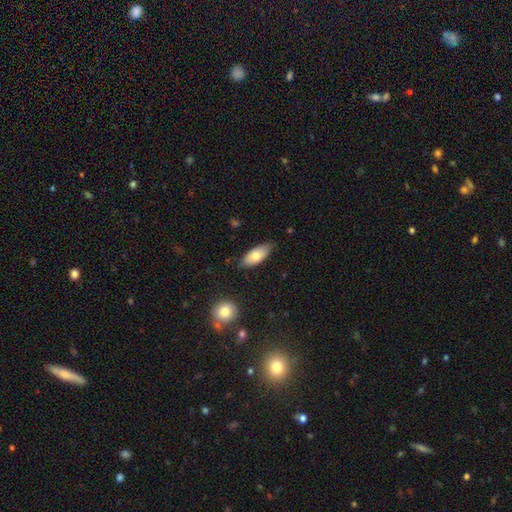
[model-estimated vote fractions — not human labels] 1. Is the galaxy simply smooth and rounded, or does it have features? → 76% smooth, 18% featured or disk, 6% star or artifact.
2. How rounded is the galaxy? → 84% in between, 13% cigar-shaped, 3% round.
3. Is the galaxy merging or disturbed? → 80% none, 16% minor disturbance, 2% major disturbance, 2% merger.